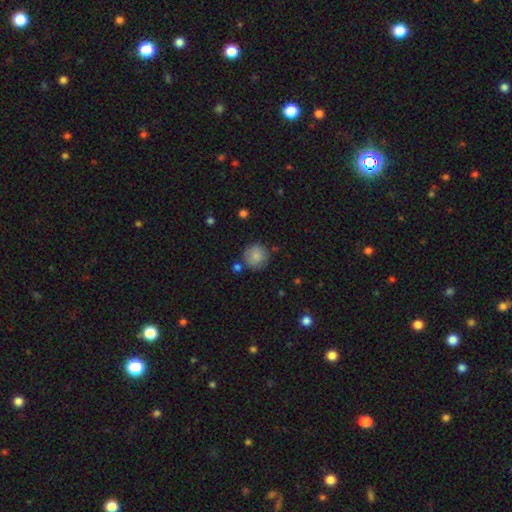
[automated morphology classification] smooth 82%, featured or disk 10%, star or artifact 8%. Down the decision tree: how rounded — round (92%); merging — none (76%).